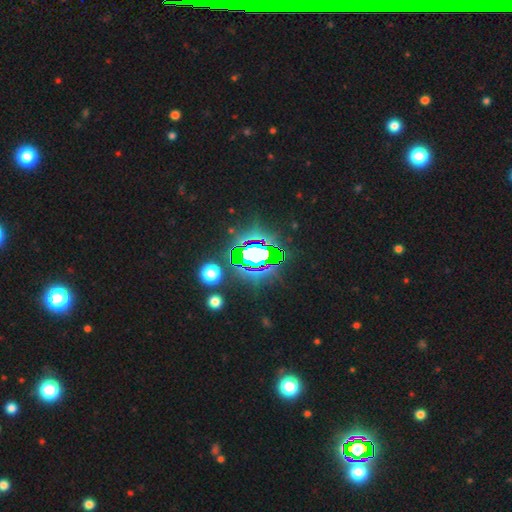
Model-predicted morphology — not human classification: smooth-or-featured: star or artifact: 72% | smooth: 15% | featured or disk: 13%